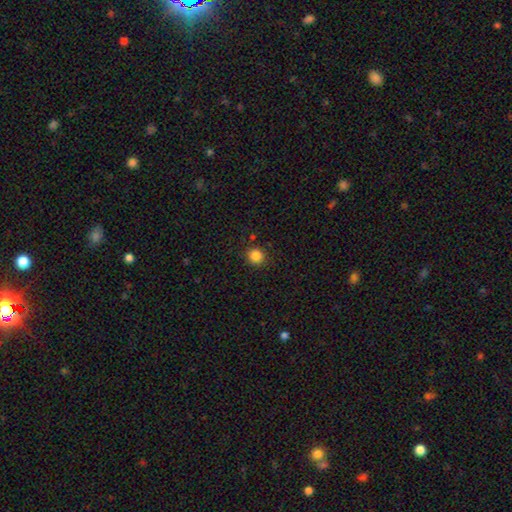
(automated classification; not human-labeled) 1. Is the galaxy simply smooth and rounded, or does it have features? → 85% smooth, 11% star or artifact, 4% featured or disk.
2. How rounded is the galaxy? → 89% round, 10% in between, 1% cigar-shaped.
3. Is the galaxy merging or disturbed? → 90% none, 7% minor disturbance, 2% major disturbance, 2% merger.